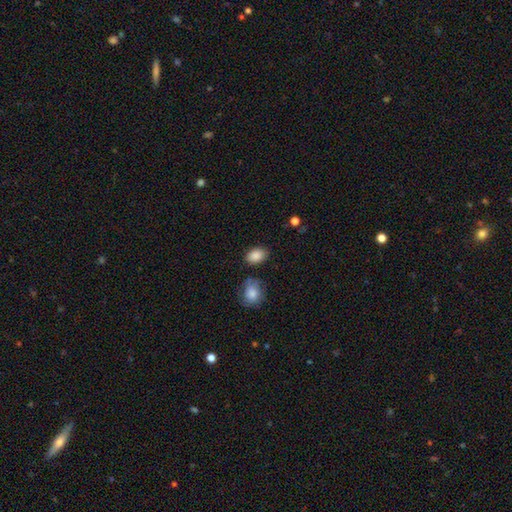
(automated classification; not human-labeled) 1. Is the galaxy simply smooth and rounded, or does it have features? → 88% smooth, 8% star or artifact, 4% featured or disk.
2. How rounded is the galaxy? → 82% in between, 17% round, 1% cigar-shaped.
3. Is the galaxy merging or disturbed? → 79% none, 14% minor disturbance, 4% merger, 3% major disturbance.